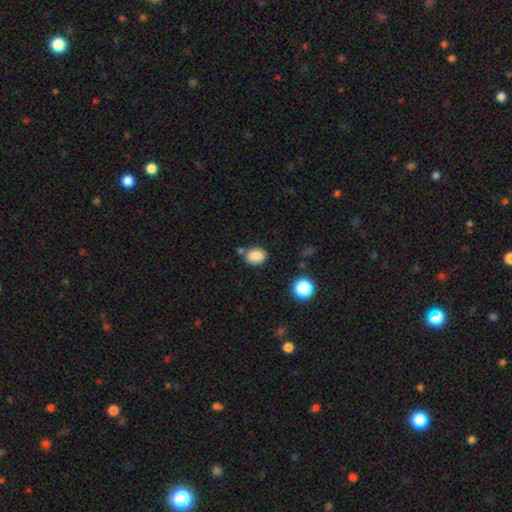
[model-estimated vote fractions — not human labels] Smooth or featured? Predicted: smooth (p=0.84). How rounded? Predicted: in between (p=0.53). Merging? Predicted: none (p=0.72).